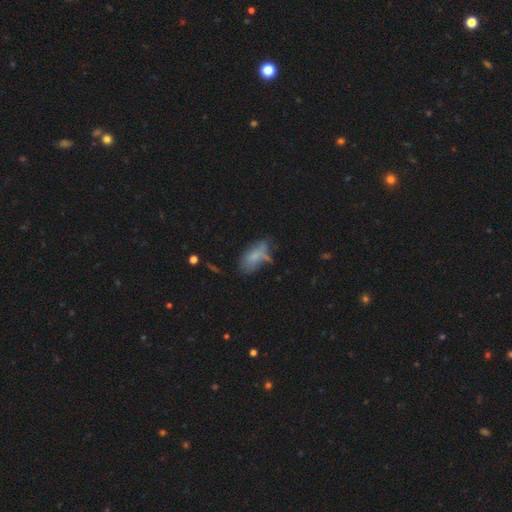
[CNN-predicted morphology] smooth_or_featured: smooth (p=0.69) [alt: featured or disk p=0.20]
how_rounded: in between (p=0.87) [alt: cigar-shaped p=0.10]
merging: none (p=0.43) [alt: minor disturbance p=0.30]